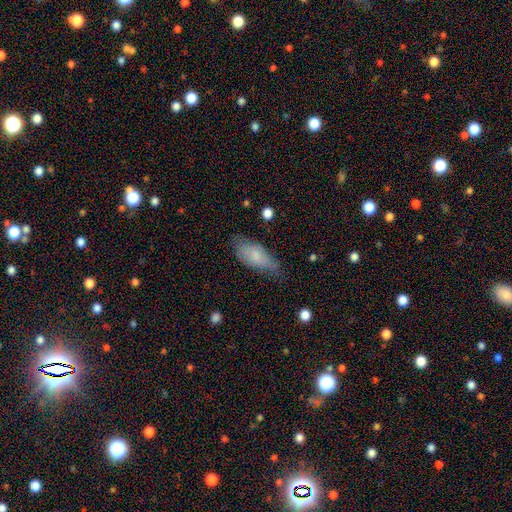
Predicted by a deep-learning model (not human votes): smooth_or_featured: smooth (p=0.73) [alt: featured or disk p=0.20]
how_rounded: in between (p=0.83) [alt: cigar-shaped p=0.14]
merging: none (p=0.55) [alt: minor disturbance p=0.33]